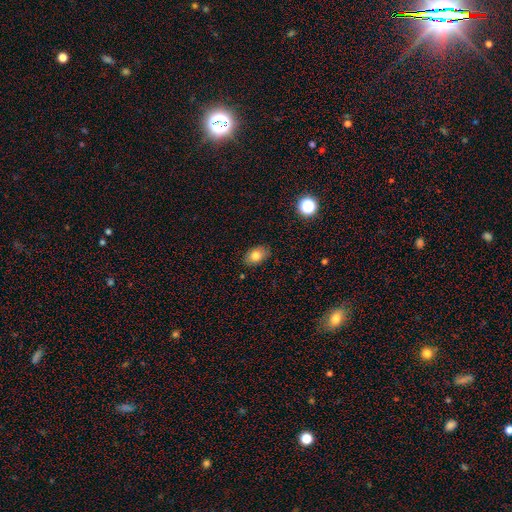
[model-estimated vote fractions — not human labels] Smooth or featured? Predicted: smooth (p=0.79). How rounded? Predicted: in between (p=0.86). Merging? Predicted: none (p=0.85).